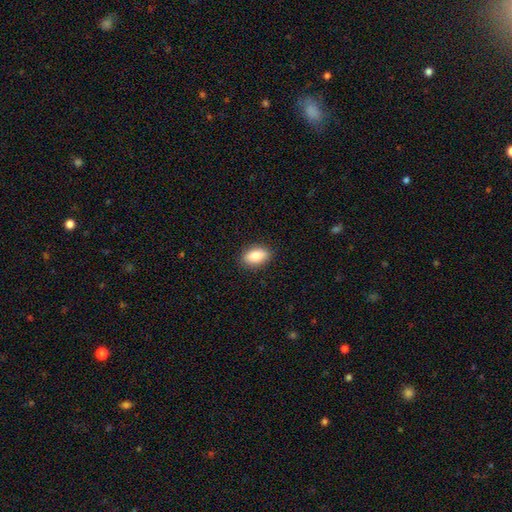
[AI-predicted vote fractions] Smooth or featured?
  - smooth: 83% *
  - featured or disk: 10%
  - star or artifact: 7%
How rounded?
  - in between: 89% *
  - round: 7%
  - cigar-shaped: 4%
Merging?
  - none: 89% *
  - minor disturbance: 8%
  - major disturbance: 2%
  - merger: 1%